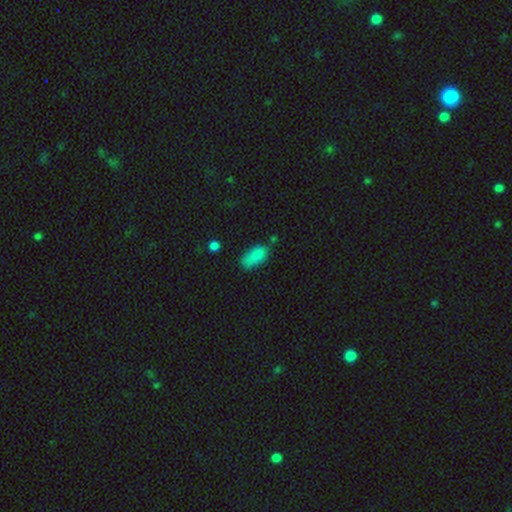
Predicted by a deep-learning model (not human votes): Smooth or featured? Predicted: smooth (p=0.84). How rounded? Predicted: in between (p=0.88). Merging? Predicted: none (p=0.57).